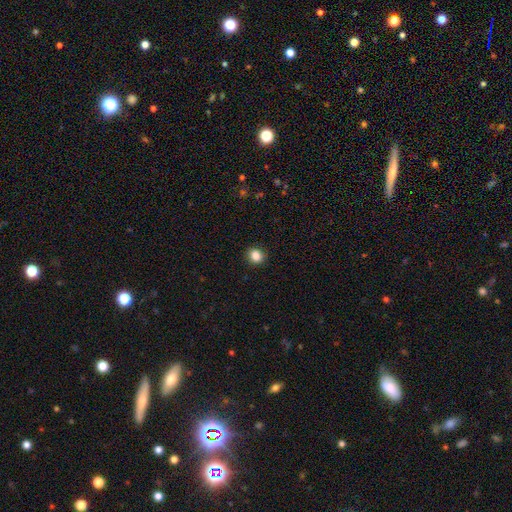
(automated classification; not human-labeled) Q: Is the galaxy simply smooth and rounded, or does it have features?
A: smooth — 85%.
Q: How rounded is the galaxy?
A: round — 75%.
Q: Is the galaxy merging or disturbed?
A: none — 91%.